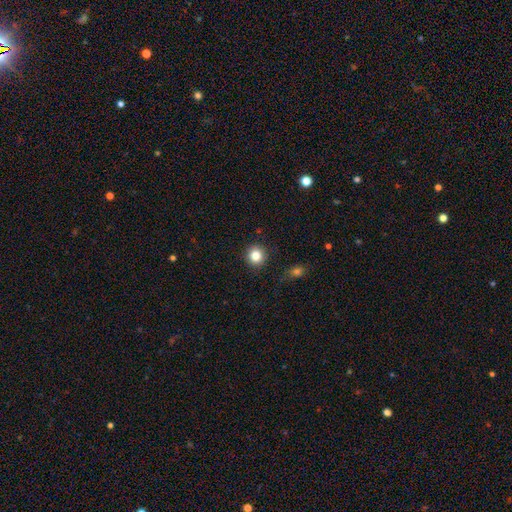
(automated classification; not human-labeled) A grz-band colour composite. It shows a smooth galaxy with no disk features (84%) that is round (92%). Merging: none (91%).